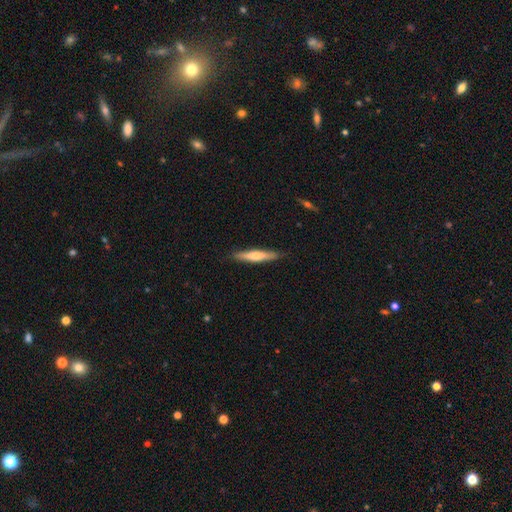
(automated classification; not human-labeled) Smooth or featured? smooth (53%)
How rounded? cigar-shaped (90%)
Merging? none (88%)